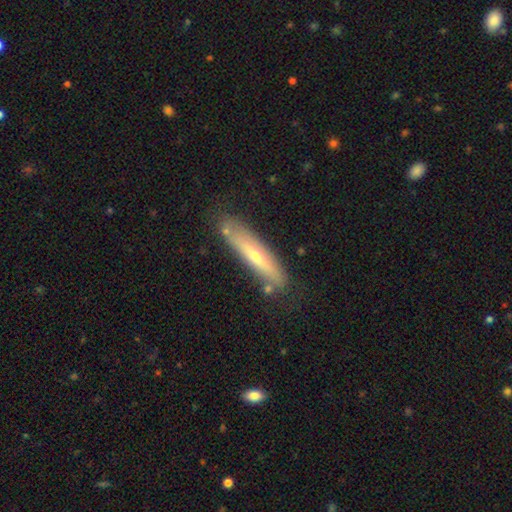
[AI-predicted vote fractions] Smooth or featured: featured or disk — 49% (smooth — 44%)
Merging: none — 78% (minor disturbance — 15%)